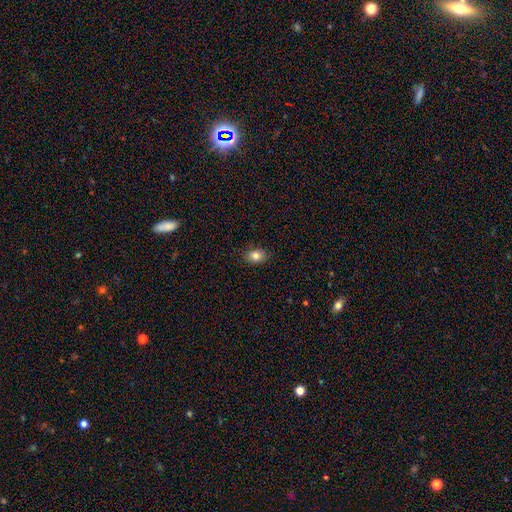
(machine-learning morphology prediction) smooth 83%, star or artifact 9%, featured or disk 8%. Down the decision tree: how rounded — in between (73%); merging — none (87%).